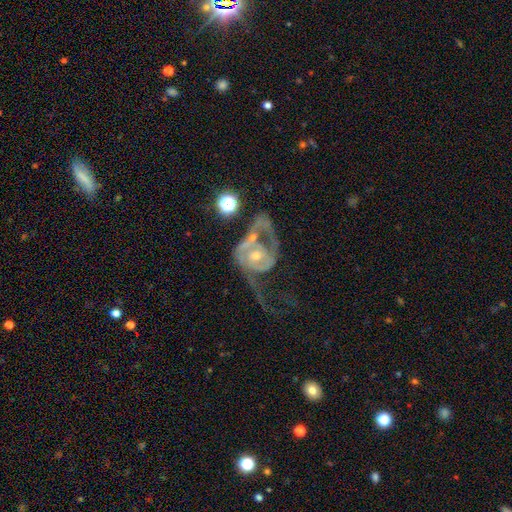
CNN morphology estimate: The model was most divided on "spiral winding": medium: 38%, loose: 37%, tight: 25%. Remaining: edge-on disk — no (97%); smooth or featured — featured or disk (81%); spiral arms — yes (80%); bar — no (68%); spiral arm count — 2 (56%); bulge size — moderate (48%); merging — major disturbance (44%).